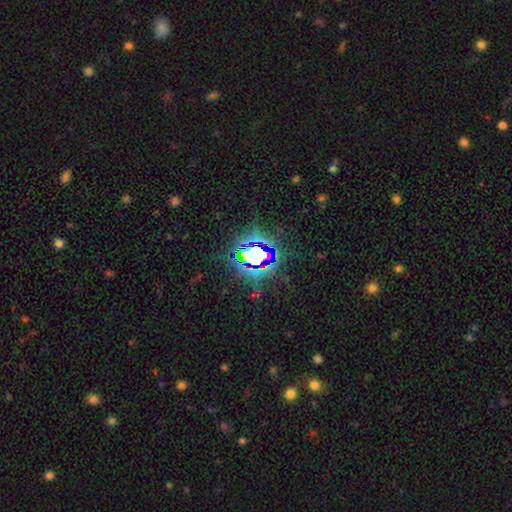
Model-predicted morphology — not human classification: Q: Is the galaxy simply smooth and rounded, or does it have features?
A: star or artifact — 79%.